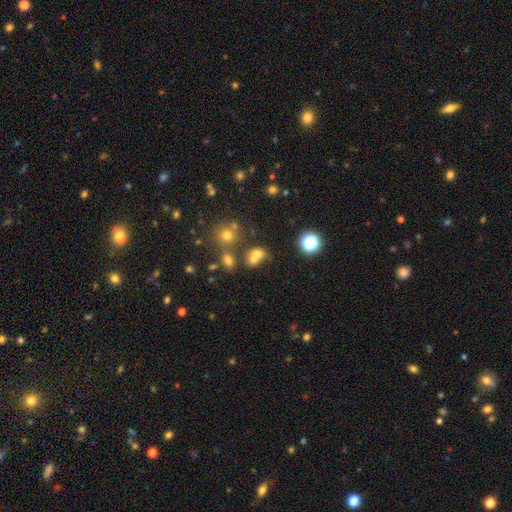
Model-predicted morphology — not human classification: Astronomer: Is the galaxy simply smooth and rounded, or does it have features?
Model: smooth — 65%.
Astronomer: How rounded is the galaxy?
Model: round — 52% (runner-up: in between, 46%).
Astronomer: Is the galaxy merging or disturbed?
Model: merger — 50% (runner-up: none, 34%).